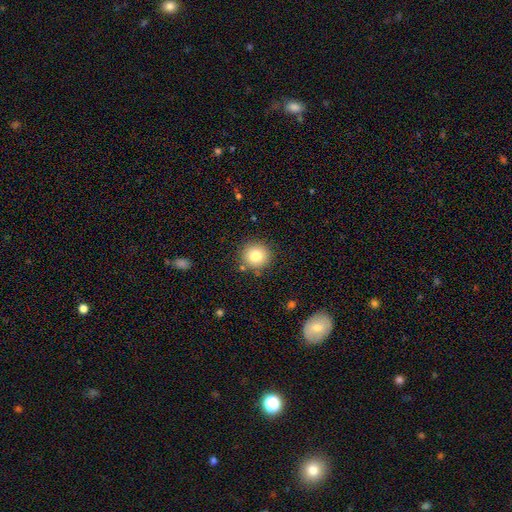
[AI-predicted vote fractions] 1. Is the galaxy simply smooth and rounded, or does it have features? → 82% smooth, 10% star or artifact, 8% featured or disk.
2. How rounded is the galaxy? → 92% round, 7% in between, 1% cigar-shaped.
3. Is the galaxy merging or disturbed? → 86% none, 9% minor disturbance, 3% merger, 3% major disturbance.